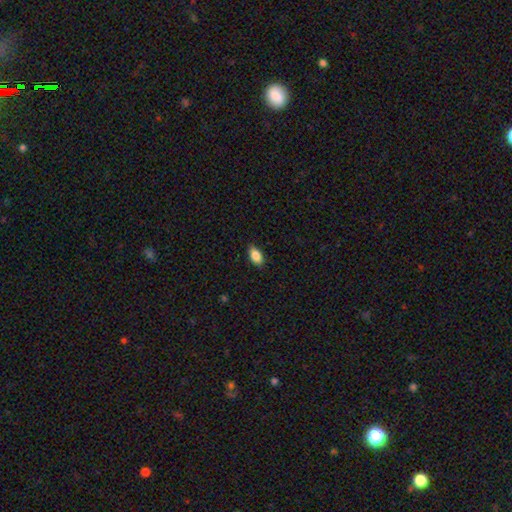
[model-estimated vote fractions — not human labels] Smooth or featured? Predicted: smooth (p=0.87). How rounded? Predicted: in between (p=0.91). Merging? Predicted: none (p=0.86).